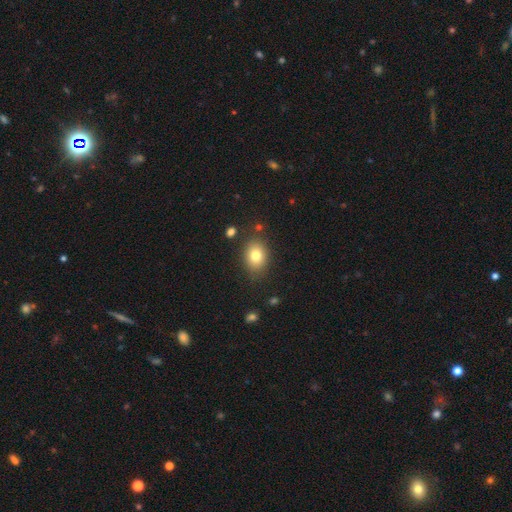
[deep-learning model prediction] The model was most divided on "how rounded": in between: 62%, round: 37%, cigar-shaped: 1%. More confident: merging — none (83%); smooth or featured — smooth (79%).